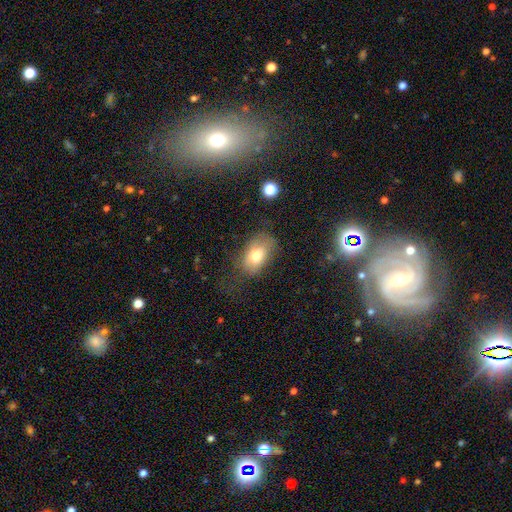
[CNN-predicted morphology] Q: Smooth or featured?
A: smooth (72%); runner-up: featured or disk (18%)
Q: How rounded?
A: in between (87%); runner-up: round (11%)
Q: Merging?
A: none (58%); runner-up: minor disturbance (25%)